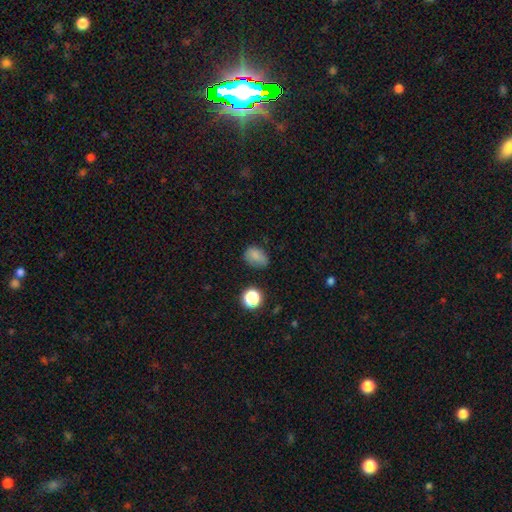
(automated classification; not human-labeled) smooth 79%, star or artifact 13%, featured or disk 7%. Down the decision tree: how rounded — in between (70%); merging — none (65%).